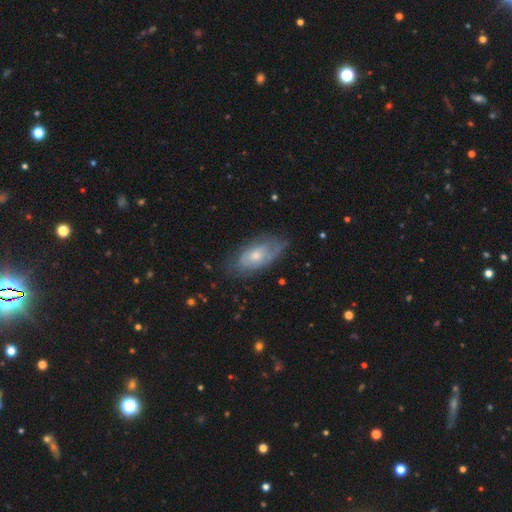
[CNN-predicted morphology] type=smooth (49%); merging=none (67%).